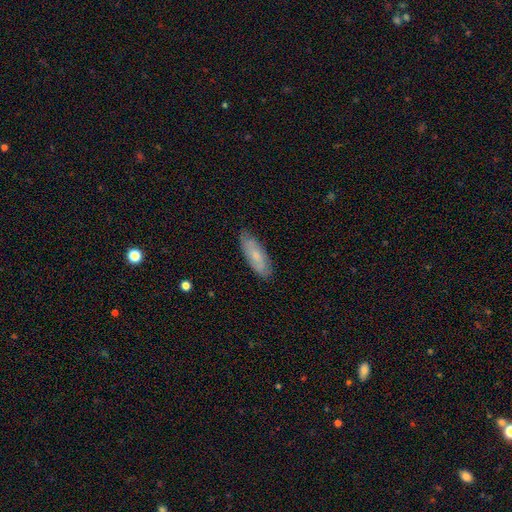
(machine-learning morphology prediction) Q: Smooth or featured?
A: smooth (63%); runner-up: featured or disk (31%)
Q: How rounded?
A: in between (66%); runner-up: cigar-shaped (32%)
Q: Merging?
A: none (83%); runner-up: minor disturbance (14%)